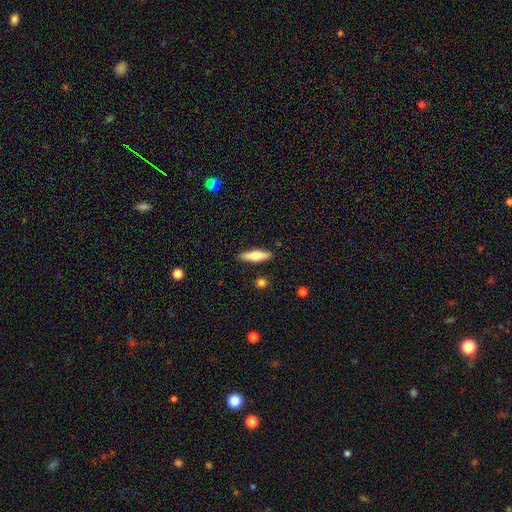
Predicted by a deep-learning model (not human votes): The model was most divided on "smooth or featured": smooth: 56%, featured or disk: 38%, star or artifact: 6%. More confident: merging — none (88%); how rounded — cigar-shaped (65%).